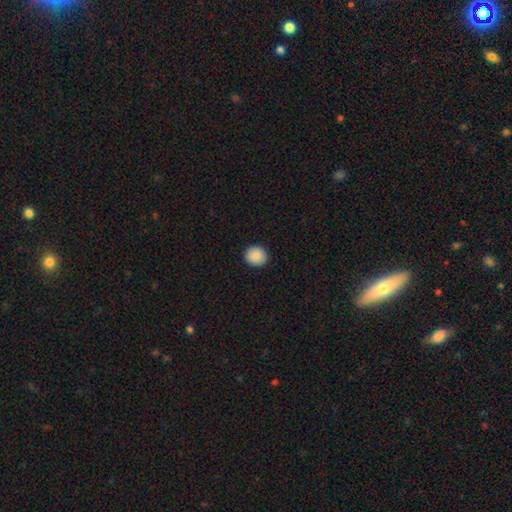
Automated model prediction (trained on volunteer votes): smooth_or_featured: smooth (p=0.89) [alt: star or artifact p=0.08]
how_rounded: round (p=0.90) [alt: in between p=0.09]
merging: none (p=0.92) [alt: minor disturbance p=0.06]